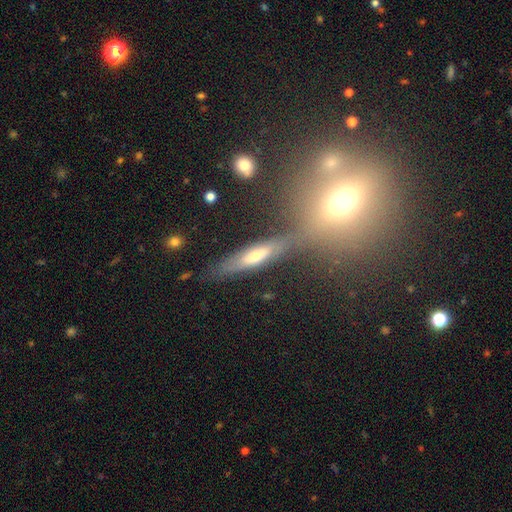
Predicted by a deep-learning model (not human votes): Smooth or featured? featured or disk (54%)
Edge-on disk? yes (85%)
Merging? none (74%)